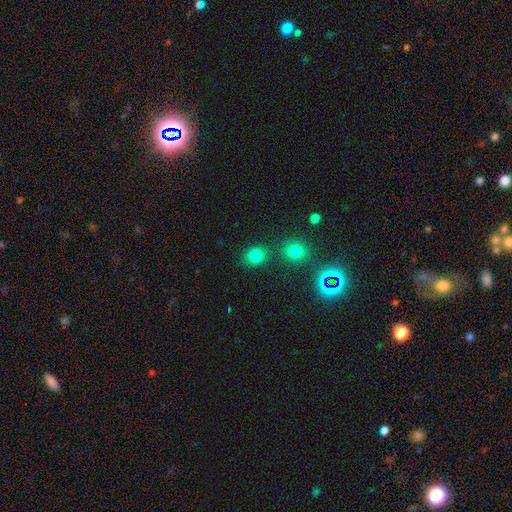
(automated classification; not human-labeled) Smooth or featured? smooth (77%)
How rounded? round (71%)
Merging? none (78%)